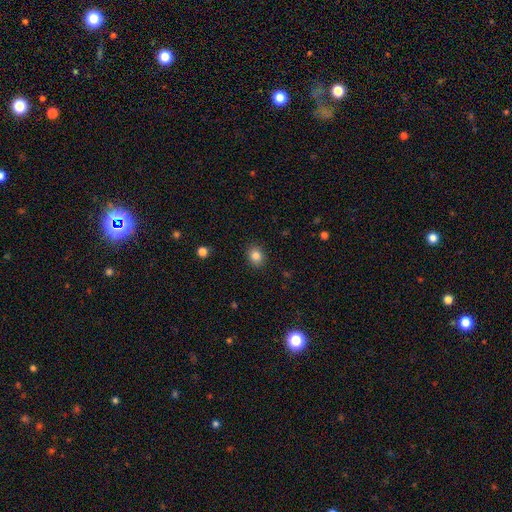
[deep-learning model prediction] Q: Smooth or featured?
A: smooth (84%); runner-up: star or artifact (11%)
Q: How rounded?
A: round (61%); runner-up: in between (38%)
Q: Merging?
A: none (89%); runner-up: minor disturbance (8%)